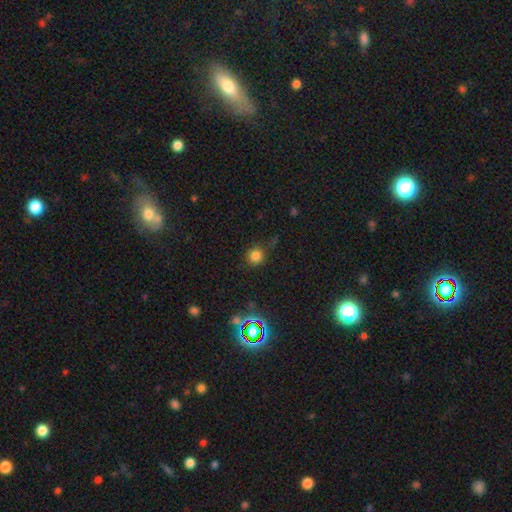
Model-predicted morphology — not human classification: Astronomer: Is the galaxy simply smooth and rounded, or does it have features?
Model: smooth — 78%.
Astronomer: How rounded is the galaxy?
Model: round — 91%.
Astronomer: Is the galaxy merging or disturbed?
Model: none — 80%.